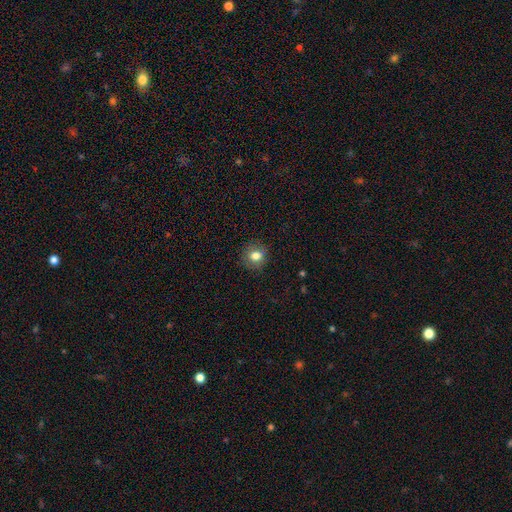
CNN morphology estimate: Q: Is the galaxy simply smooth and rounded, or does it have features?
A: smooth — 79%.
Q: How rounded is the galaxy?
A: round — 79%.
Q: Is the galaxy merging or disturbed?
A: none — 84%.